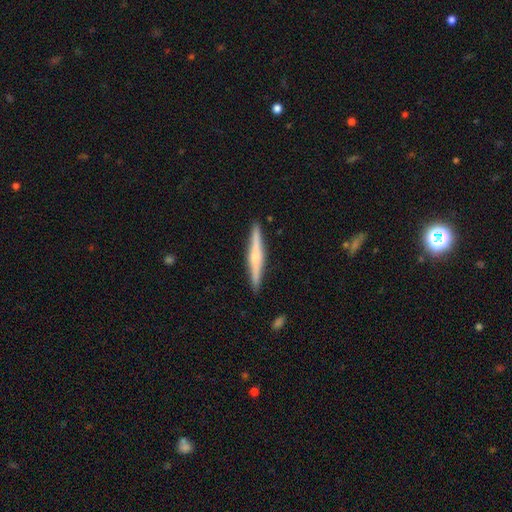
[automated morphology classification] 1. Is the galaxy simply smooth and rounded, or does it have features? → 62% featured or disk, 32% smooth, 6% star or artifact.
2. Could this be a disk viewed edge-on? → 98% yes, 2% no.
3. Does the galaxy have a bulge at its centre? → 74% rounded, 15% none, 11% boxy.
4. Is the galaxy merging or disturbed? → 91% none, 6% minor disturbance, 1% major disturbance, 1% merger.